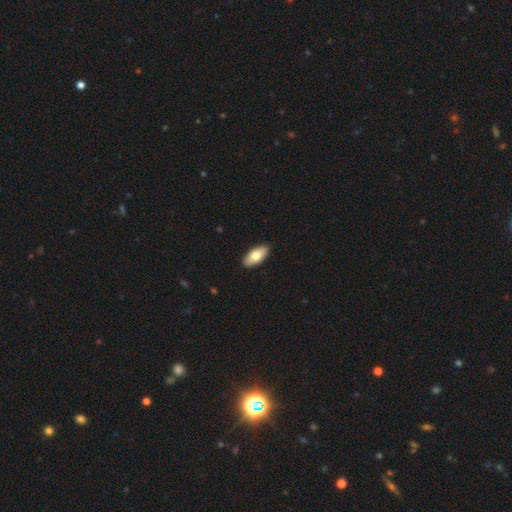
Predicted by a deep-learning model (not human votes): This is likely a smooth galaxy (73%). How rounded: clearly in between (90%). Merging: clearly none (91%).